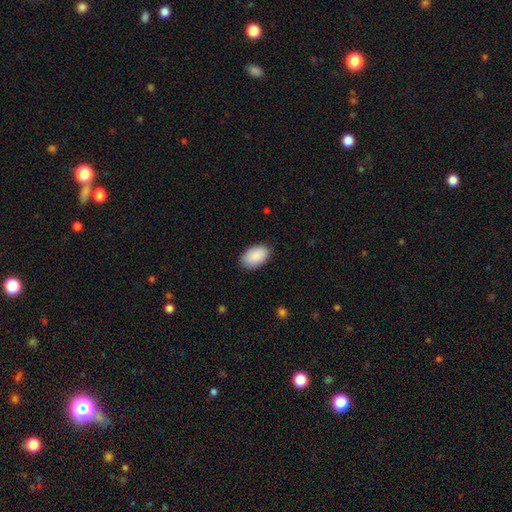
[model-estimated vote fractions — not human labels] This appears to be a smooth galaxy with no disk features (91%) that is in between round and cigar-shaped (94%). Merging: none (86%).